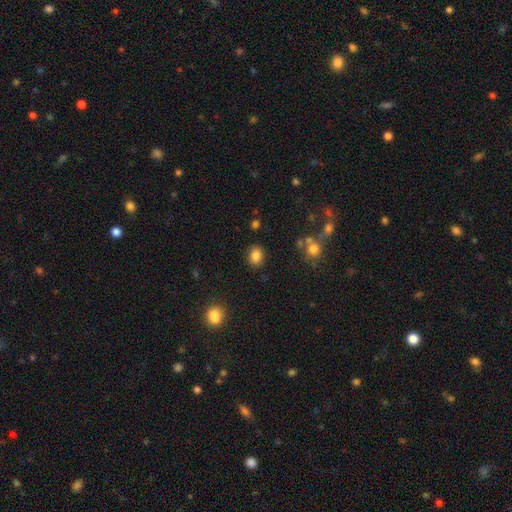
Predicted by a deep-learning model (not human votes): Q: Smooth or featured?
A: smooth (84%); runner-up: star or artifact (10%)
Q: How rounded?
A: round (53%); runner-up: in between (46%)
Q: Merging?
A: none (86%); runner-up: minor disturbance (9%)